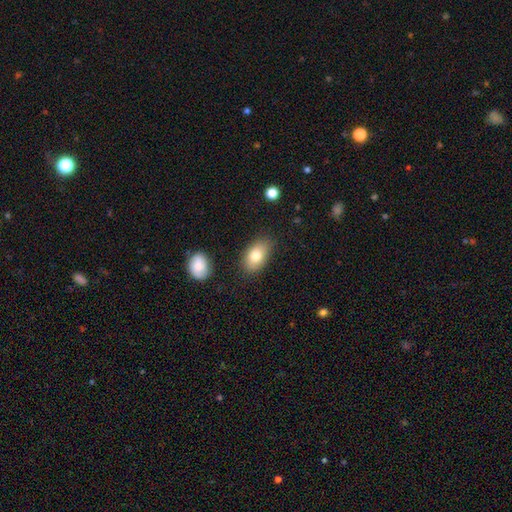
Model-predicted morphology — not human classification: Smooth or featured? smooth (79%)
How rounded? in between (89%)
Merging? none (80%)